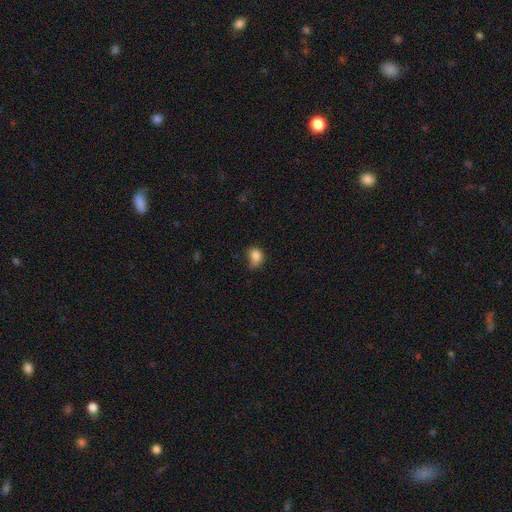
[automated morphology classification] Overall: smooth (82%). How rounded: round (50%; in between 49%). Merging: minor disturbance (40%; none 35%).